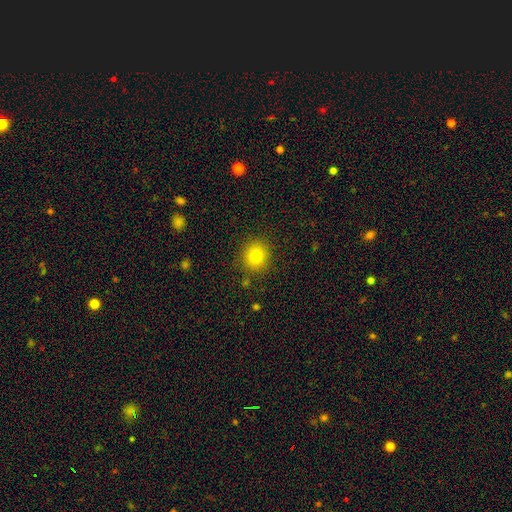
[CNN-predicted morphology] type=smooth (79%); roundness=round (89%); merging=none (88%).